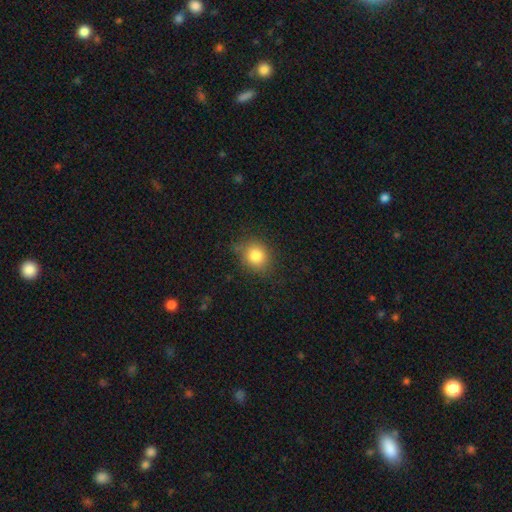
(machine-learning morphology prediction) A smooth galaxy with no disk features (82%) that is round (70%).

Vote fractions:
- Smooth or featured? smooth: 82% / star or artifact: 10% / featured or disk: 8%
- How rounded? round: 70% / in between: 29% / cigar-shaped: 1%
- Merging? none: 74% / minor disturbance: 20% / major disturbance: 5% / merger: 2%